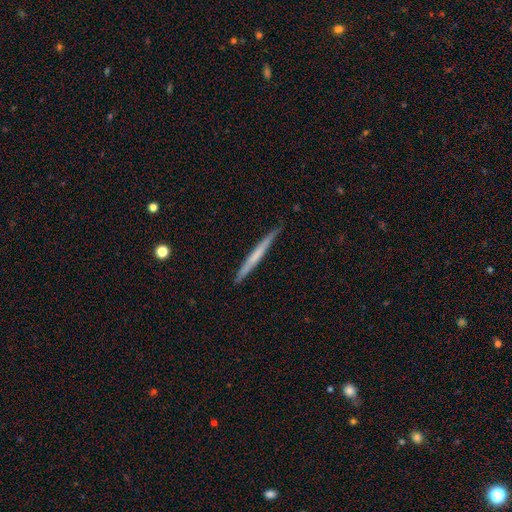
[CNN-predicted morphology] Smooth or featured? Predicted: smooth (p=0.49). Merging? Predicted: none (p=0.89).